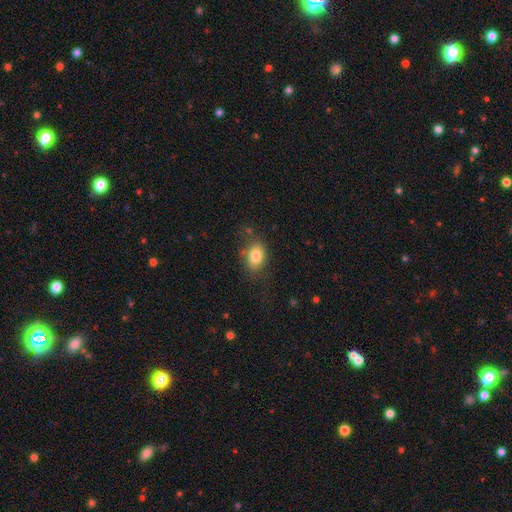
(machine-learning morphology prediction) smooth_or_featured: smooth (p=0.81) [alt: featured or disk p=0.10]
how_rounded: in between (p=0.78) [alt: round p=0.20]
merging: none (p=0.70) [alt: minor disturbance p=0.20]